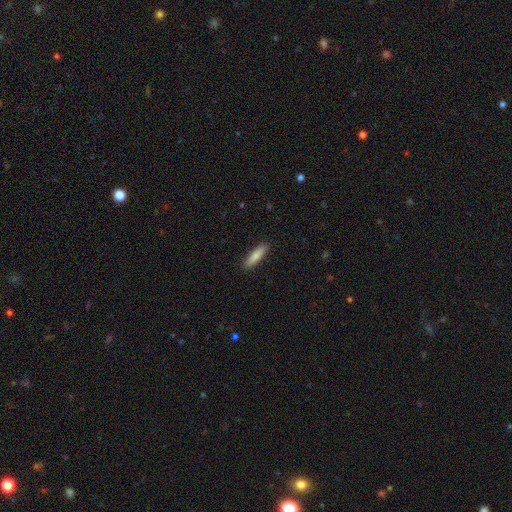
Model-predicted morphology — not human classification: Smooth or featured?
  - smooth: 83% *
  - featured or disk: 12%
  - star or artifact: 6%
How rounded?
  - cigar-shaped: 75% *
  - in between: 24%
  - round: 1%
Merging?
  - none: 89% *
  - minor disturbance: 8%
  - major disturbance: 2%
  - merger: 1%